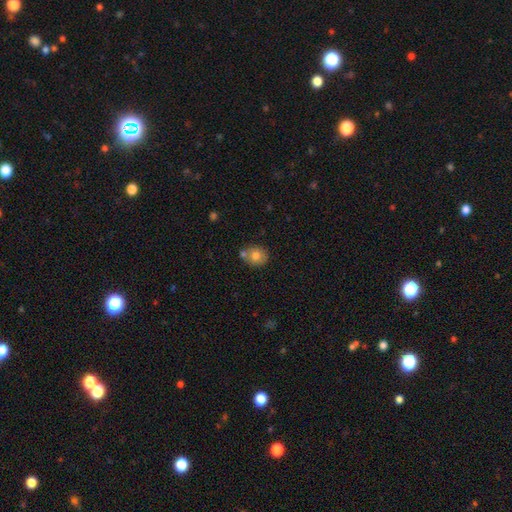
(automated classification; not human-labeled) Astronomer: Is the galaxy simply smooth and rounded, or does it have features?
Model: smooth — 75%.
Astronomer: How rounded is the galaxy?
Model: round — 75%.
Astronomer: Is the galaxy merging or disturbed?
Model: none — 63%.